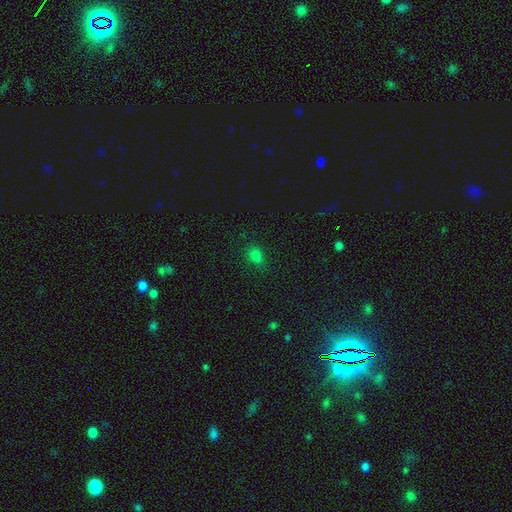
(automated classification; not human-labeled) This appears to be a smooth galaxy with no disk features (75%) that is in between round and cigar-shaped (72%). Merging: none (76%).